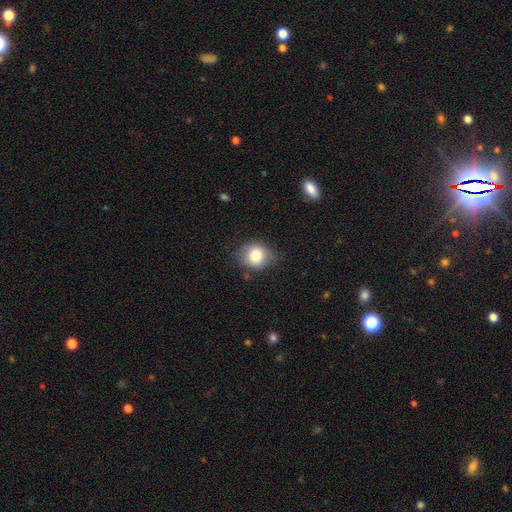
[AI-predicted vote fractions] Smooth or featured?
  - smooth: 80% *
  - featured or disk: 12%
  - star or artifact: 8%
How rounded?
  - round: 67% *
  - in between: 33%
  - cigar-shaped: 1%
Merging?
  - none: 66% *
  - minor disturbance: 25%
  - major disturbance: 7%
  - merger: 2%